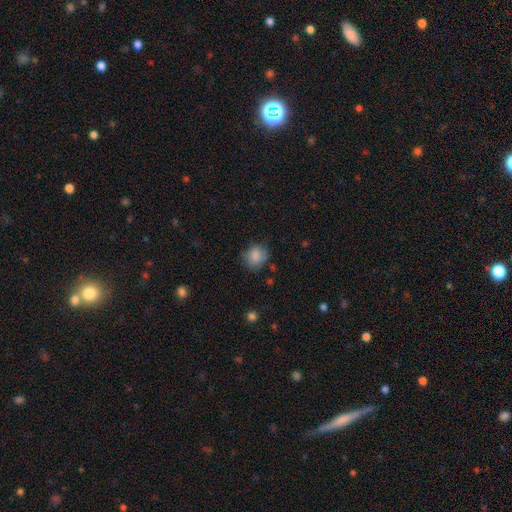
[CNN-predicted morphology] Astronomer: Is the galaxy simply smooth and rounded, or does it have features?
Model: smooth — 82%.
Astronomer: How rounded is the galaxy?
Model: round — 72%.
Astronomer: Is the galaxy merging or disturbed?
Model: none — 67%.